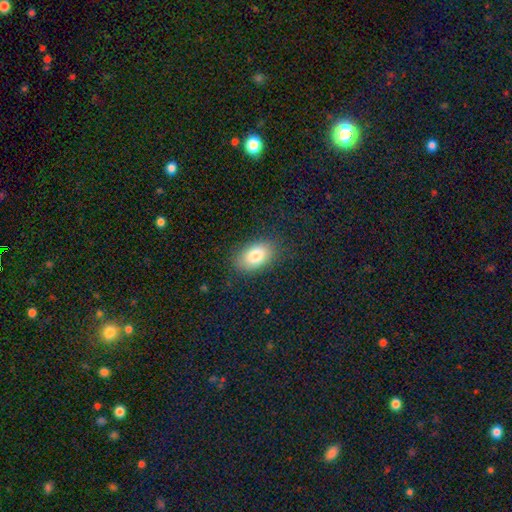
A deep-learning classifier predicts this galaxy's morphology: A smooth galaxy with no disk features (80%) that is in between round and cigar-shaped (88%).

Vote fractions:
- Smooth or featured? smooth: 80% / featured or disk: 12% / star or artifact: 8%
- How rounded? in between: 88% / round: 10% / cigar-shaped: 1%
- Merging? none: 83% / minor disturbance: 12% / major disturbance: 4% / merger: 1%